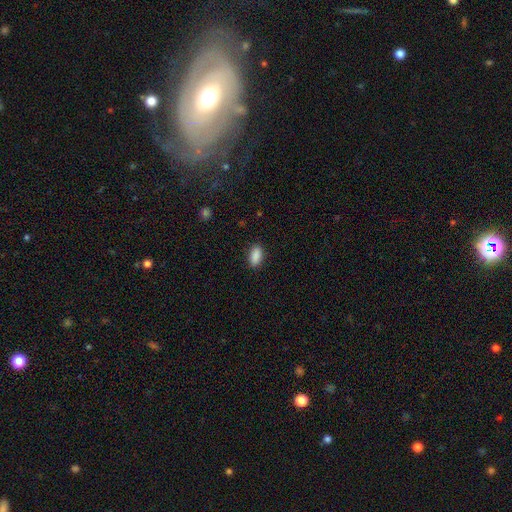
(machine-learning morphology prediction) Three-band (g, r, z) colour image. It shows a smooth galaxy with no disk features (89%) that is in between round and cigar-shaped (91%). Merging: none (88%).